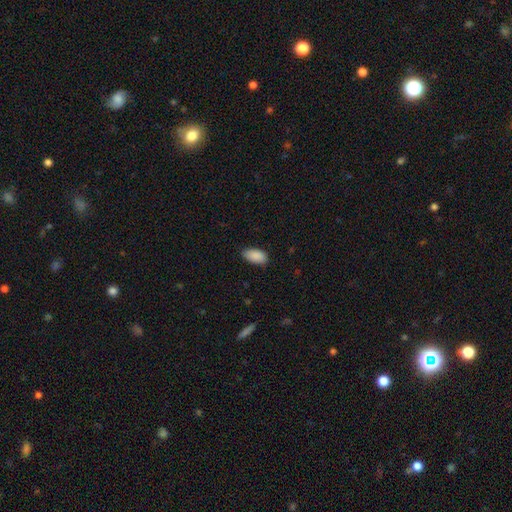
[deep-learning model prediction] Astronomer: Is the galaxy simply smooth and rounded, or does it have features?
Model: smooth — 90%.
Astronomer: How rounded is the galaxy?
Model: in between — 95%.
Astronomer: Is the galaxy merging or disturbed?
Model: none — 81%.